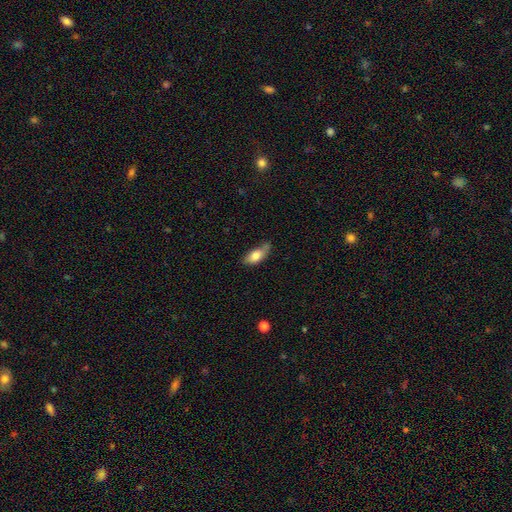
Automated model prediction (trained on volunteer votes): A smooth galaxy with no disk features (77%) that is in between round and cigar-shaped (81%).

Vote fractions:
- Smooth or featured? smooth: 77% / featured or disk: 16% / star or artifact: 7%
- How rounded? in between: 81% / cigar-shaped: 15% / round: 4%
- Merging? none: 45% / minor disturbance: 37% / major disturbance: 12% / merger: 6%